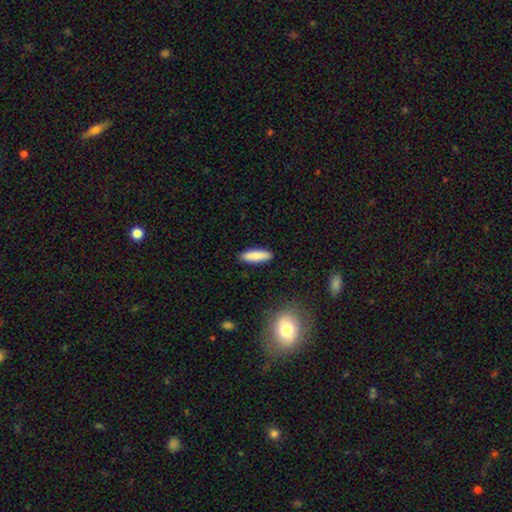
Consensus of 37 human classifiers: A smooth galaxy with no disk features (81%) that is cigar-shaped (50%). Merging: none (83%).